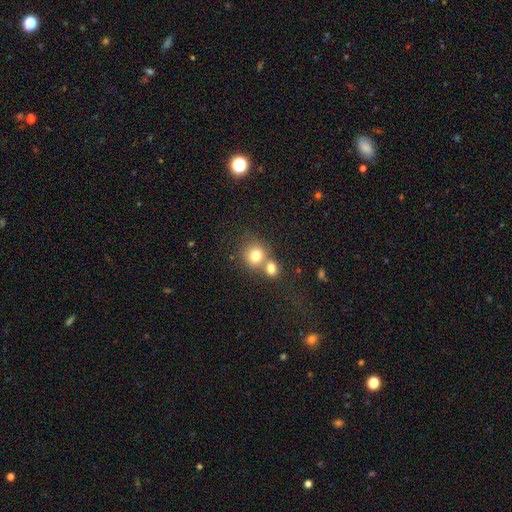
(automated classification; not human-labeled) The model was most divided on "merging": merger: 49%, none: 41%, minor disturbance: 7%, major disturbance: 3%. More confident: how rounded — round (81%); smooth or featured — smooth (77%).